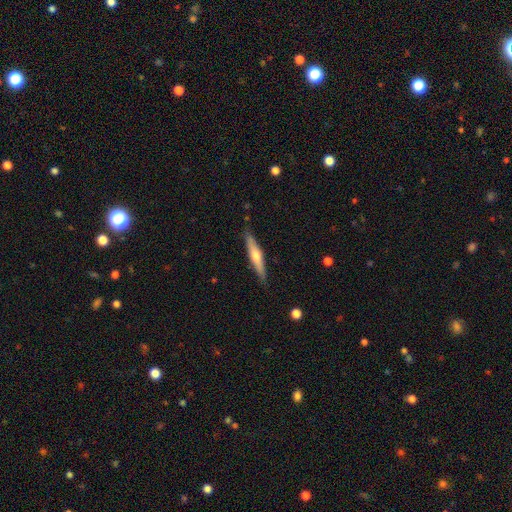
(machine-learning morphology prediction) smooth-or-featured: featured or disk: 51% | smooth: 43% | star or artifact: 6%
  disk-edge-on: yes: 93% | no: 7%
  merging: none: 88% | minor disturbance: 9% | major disturbance: 2% | merger: 1%